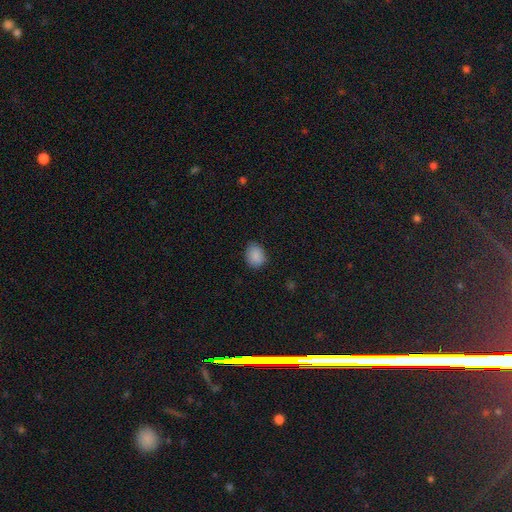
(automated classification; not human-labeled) Q: Smooth or featured?
A: smooth (88%); runner-up: star or artifact (8%)
Q: How rounded?
A: in between (54%); runner-up: round (45%)
Q: Merging?
A: none (78%); runner-up: minor disturbance (18%)